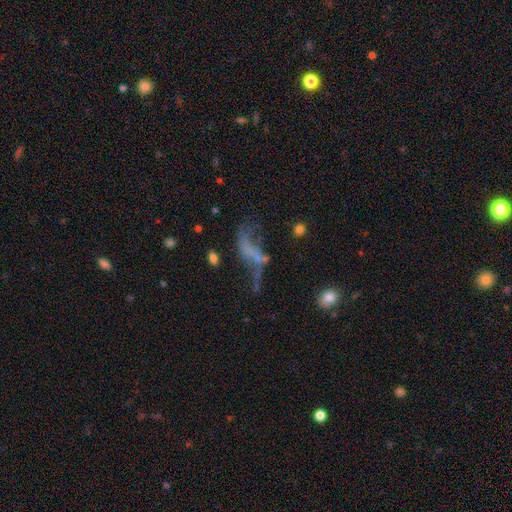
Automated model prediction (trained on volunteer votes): This is possibly a featured or disk galaxy (53%). It is clearly not viewed edge-on (89%). Merging: marginally major disturbance (42%).